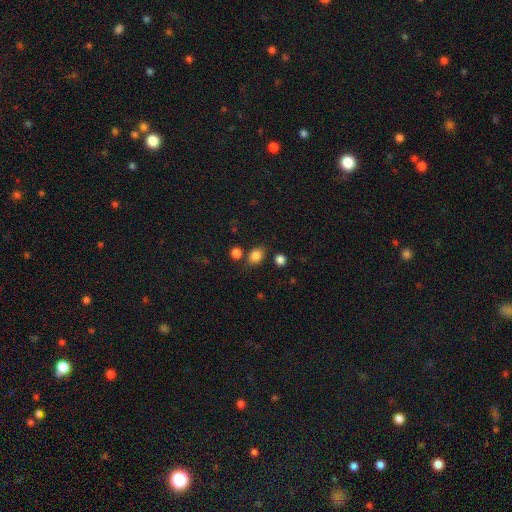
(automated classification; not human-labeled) This is clearly a smooth galaxy (84%). How rounded: possibly in between (58%). Merging: likely none (73%).